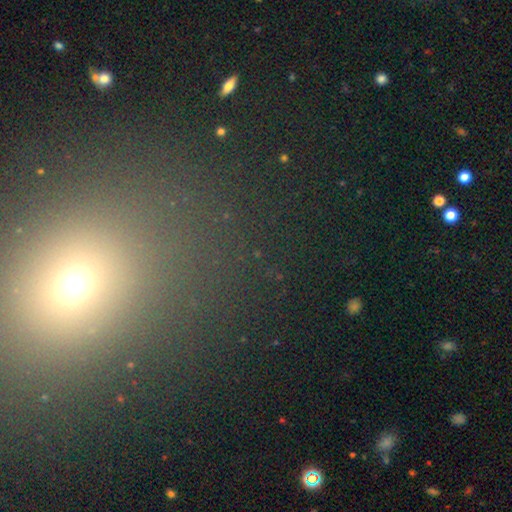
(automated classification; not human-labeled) Smooth or featured? star or artifact (53%)